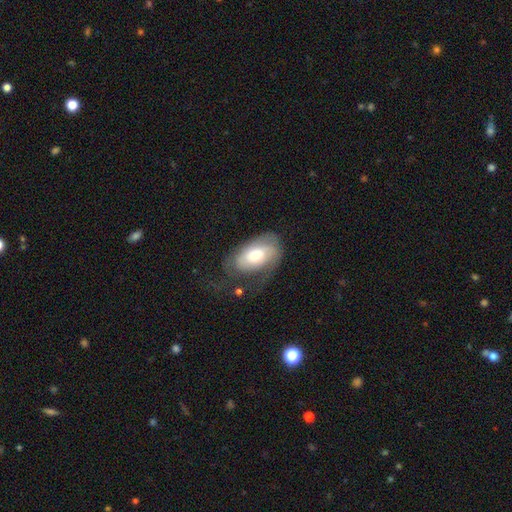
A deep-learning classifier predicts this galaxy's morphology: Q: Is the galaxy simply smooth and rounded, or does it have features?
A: smooth — 54%.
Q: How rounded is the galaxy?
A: in between — 92%.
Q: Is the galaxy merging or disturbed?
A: none — 44%.